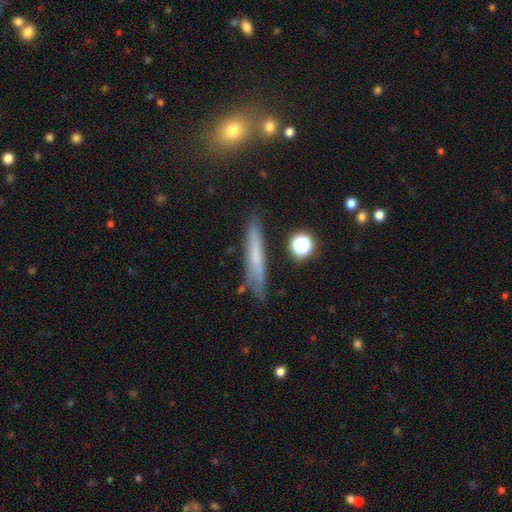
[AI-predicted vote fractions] Smooth or featured?
  - smooth: 56% *
  - featured or disk: 35%
  - star or artifact: 9%
How rounded?
  - cigar-shaped: 92% *
  - in between: 6%
  - round: 2%
Merging?
  - none: 81% *
  - minor disturbance: 13%
  - major disturbance: 3%
  - merger: 3%